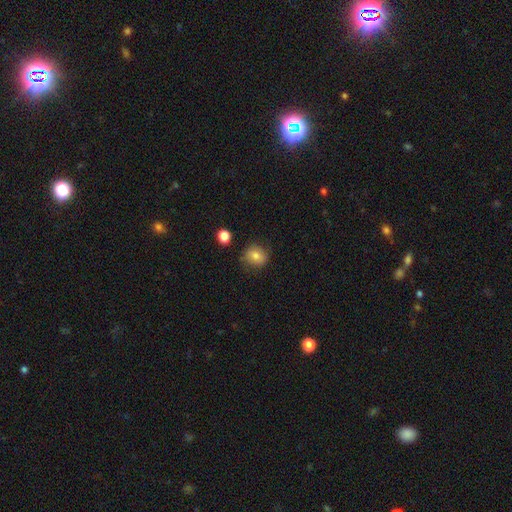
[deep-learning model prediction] Smooth or featured? smooth (78%)
How rounded? round (76%)
Merging? none (78%)